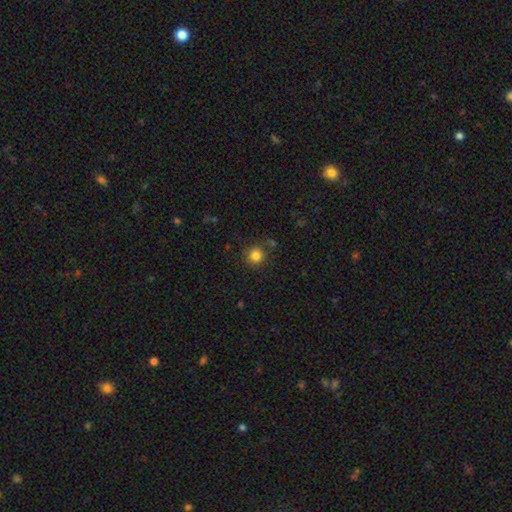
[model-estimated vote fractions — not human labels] This is clearly a smooth galaxy (83%). How rounded: clearly round (94%). Merging: clearly none (84%).